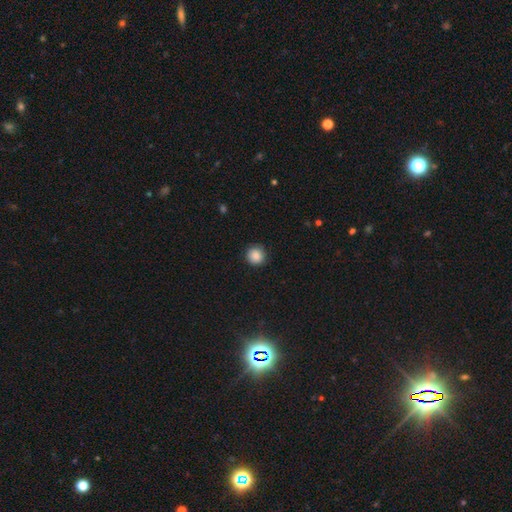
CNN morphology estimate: type=smooth (86%); roundness=round (94%); merging=none (87%).